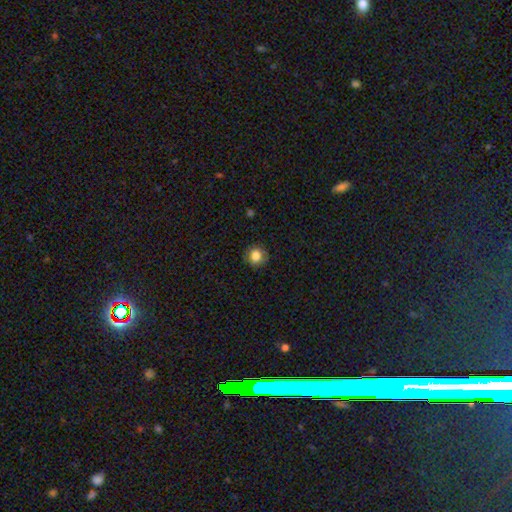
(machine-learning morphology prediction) Smooth or featured? smooth (84%)
How rounded? round (92%)
Merging? none (89%)